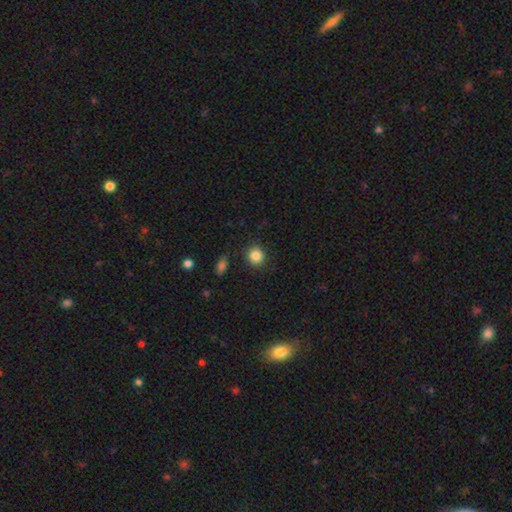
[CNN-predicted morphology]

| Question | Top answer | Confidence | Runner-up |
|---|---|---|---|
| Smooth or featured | smooth | 85% | star or artifact (10%) |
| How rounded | round | 87% | in between (12%) |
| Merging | none | 88% | minor disturbance (8%) |